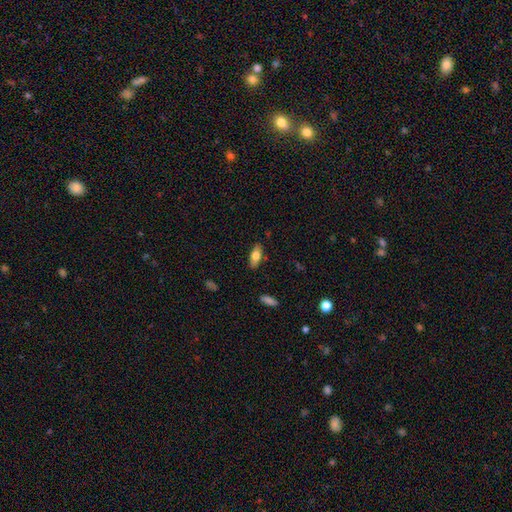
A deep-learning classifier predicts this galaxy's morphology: type=smooth (72%); roundness=in between (78%); merging=none (84%).